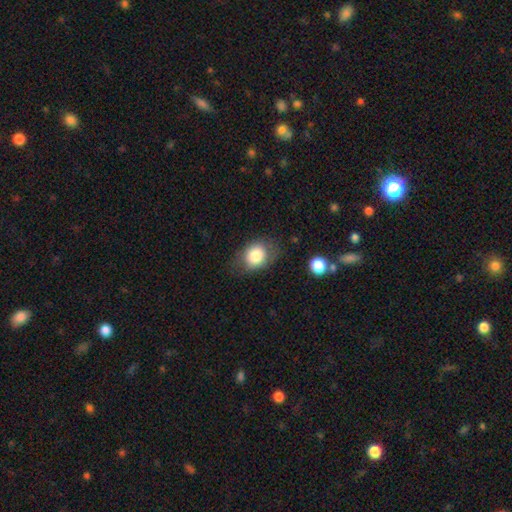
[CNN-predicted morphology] The model was most divided on "how rounded": in between: 54%, round: 45%, cigar-shaped: 1%. More confident: smooth or featured — smooth (80%); merging — none (69%).